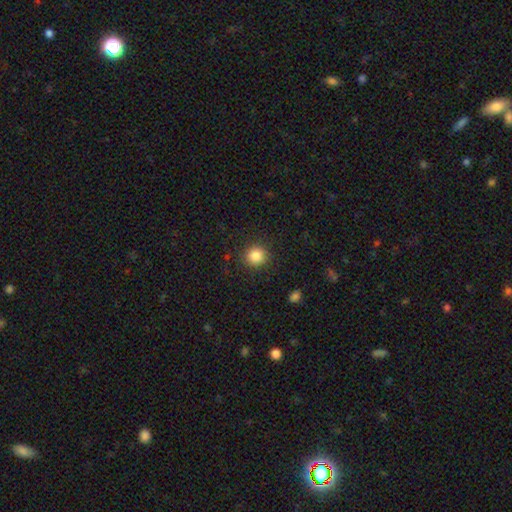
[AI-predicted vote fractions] Smooth or featured: smooth — 85% (star or artifact — 10%)
How rounded: round — 91% (in between — 8%)
Merging: none — 89% (minor disturbance — 7%)